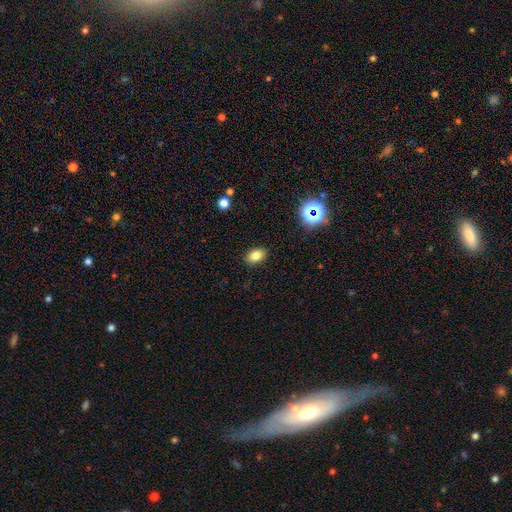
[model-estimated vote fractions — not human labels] This appears to be a smooth galaxy with no disk features (81%) that is in between round and cigar-shaped (81%). Merging: none (88%).